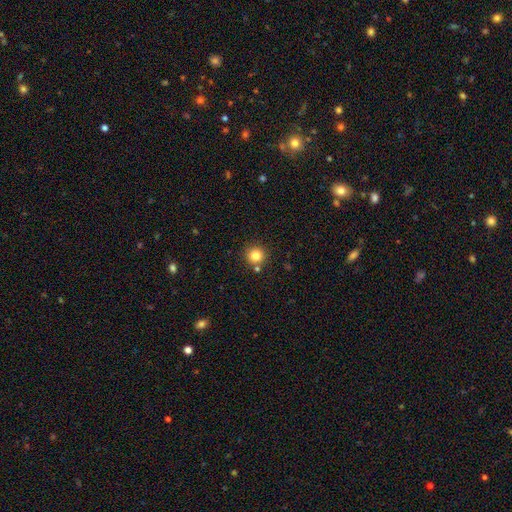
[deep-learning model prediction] Smooth or featured? Predicted: smooth (p=0.82). How rounded? Predicted: round (p=0.94). Merging? Predicted: none (p=0.82).